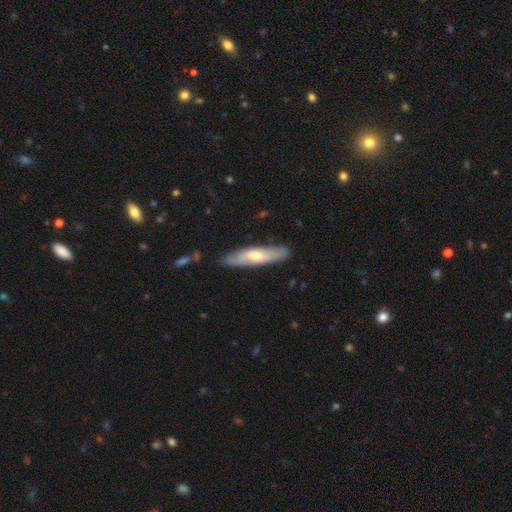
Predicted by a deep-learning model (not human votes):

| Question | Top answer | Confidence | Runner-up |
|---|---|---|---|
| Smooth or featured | smooth | 50% | featured or disk (45%) |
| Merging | none | 83% | minor disturbance (13%) |